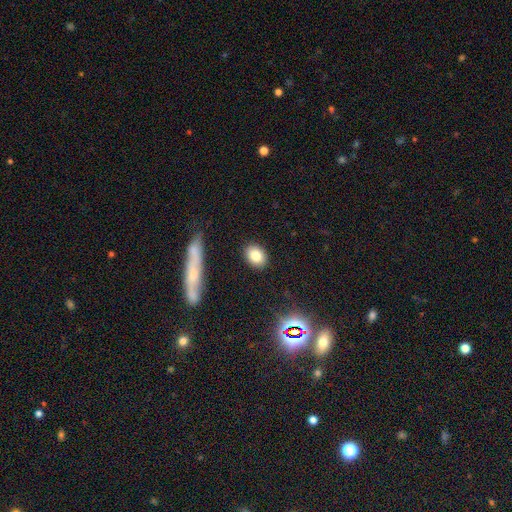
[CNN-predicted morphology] Overall: smooth (83%). How rounded: in between (63%; round 35%). Merging: none (88%).